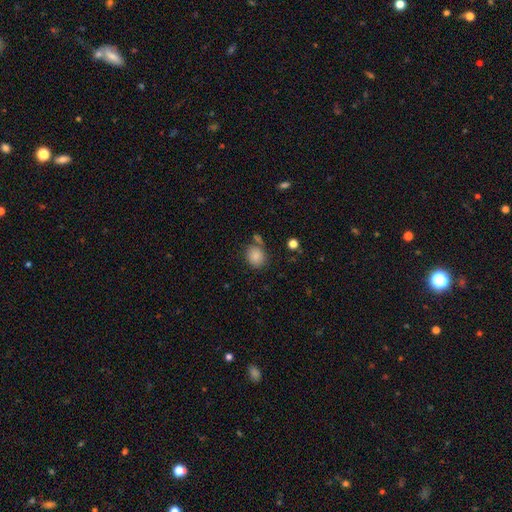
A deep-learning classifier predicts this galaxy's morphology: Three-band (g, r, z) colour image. It shows a smooth galaxy with no disk features (85%) that is round (66%). Merging: none (69%).